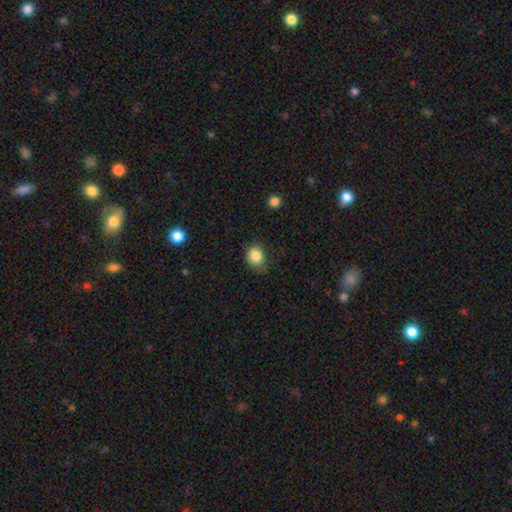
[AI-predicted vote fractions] Smooth or featured?
  - smooth: 85% *
  - star or artifact: 10%
  - featured or disk: 5%
How rounded?
  - round: 61% *
  - in between: 38%
  - cigar-shaped: 1%
Merging?
  - none: 71% *
  - minor disturbance: 23%
  - major disturbance: 5%
  - merger: 1%